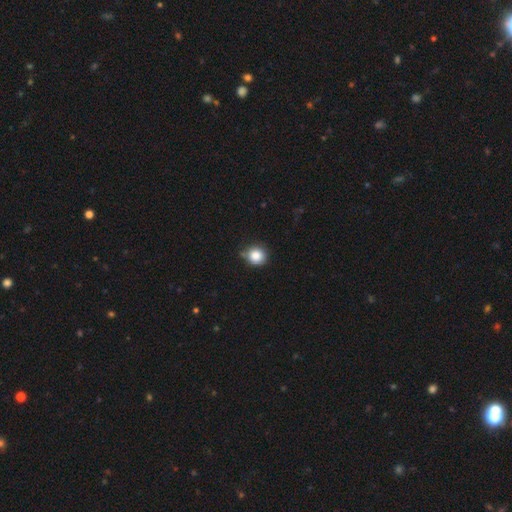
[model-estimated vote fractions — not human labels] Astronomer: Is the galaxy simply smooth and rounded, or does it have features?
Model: smooth — 85%.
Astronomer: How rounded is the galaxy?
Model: round — 88%.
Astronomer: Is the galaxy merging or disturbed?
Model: none — 73%.